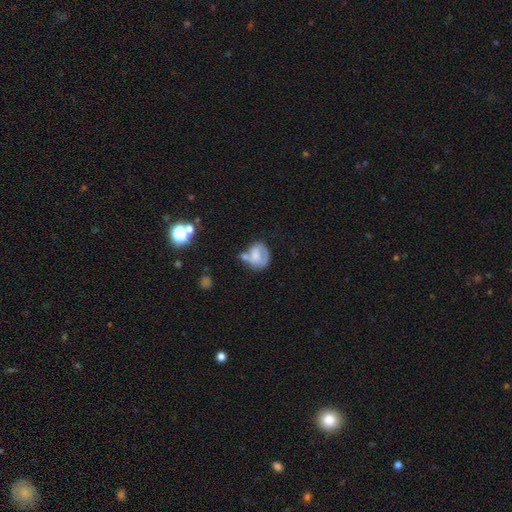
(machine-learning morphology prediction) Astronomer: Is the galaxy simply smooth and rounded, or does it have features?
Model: smooth — 57% (runner-up: featured or disk, 34%).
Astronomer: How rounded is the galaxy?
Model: round — 61% (runner-up: in between, 38%).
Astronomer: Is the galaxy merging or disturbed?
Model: none — 32% (runner-up: merger, 25%).